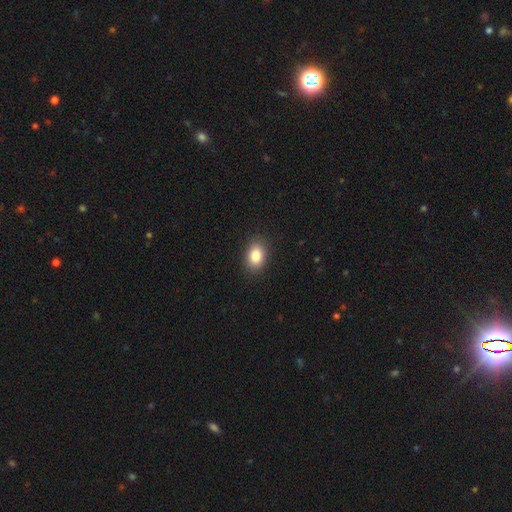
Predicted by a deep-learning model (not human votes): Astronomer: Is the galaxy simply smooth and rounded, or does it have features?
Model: smooth — 86%.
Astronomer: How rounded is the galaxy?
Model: in between — 80%.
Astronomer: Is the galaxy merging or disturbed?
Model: none — 89%.